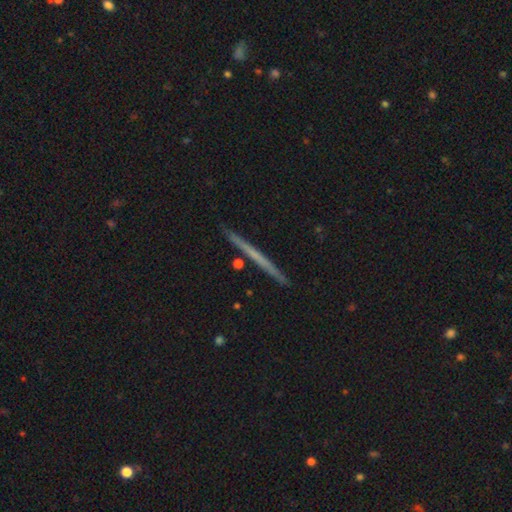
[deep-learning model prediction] smooth_or_featured: featured or disk (p=0.54) [alt: smooth p=0.39]
disk_edge_on: yes (p=0.98) [alt: no p=0.02]
edge_on_bulge: none (p=0.92) [alt: rounded p=0.06]
merging: none (p=0.92) [alt: minor disturbance p=0.06]